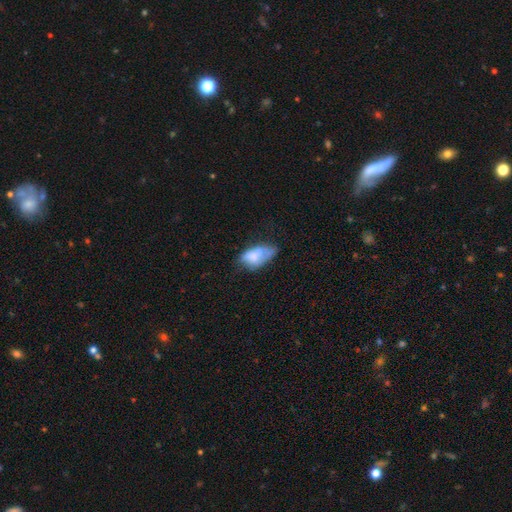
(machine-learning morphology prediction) Overall: smooth (63%; featured or disk 29%). How rounded: in between (92%). Merging: minor disturbance (38%; none 33%).